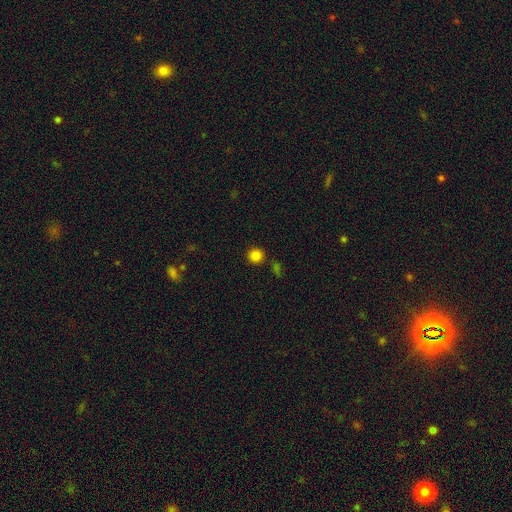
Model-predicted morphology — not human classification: smooth_or_featured: smooth (p=0.84) [alt: star or artifact p=0.12]
how_rounded: round (p=0.93) [alt: in between p=0.06]
merging: none (p=0.86) [alt: minor disturbance p=0.06]